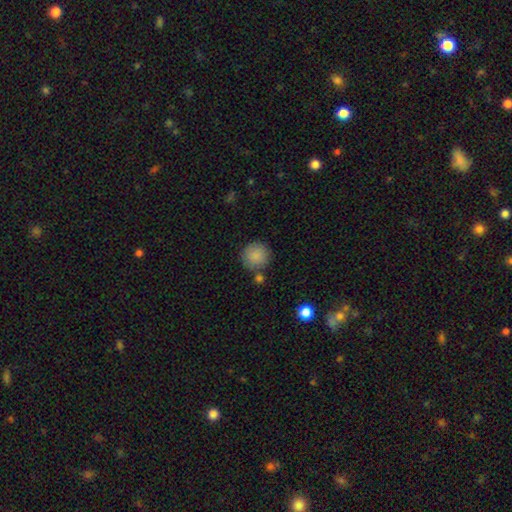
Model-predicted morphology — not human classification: A smooth galaxy with no disk features (88%) that is round (94%).

Vote fractions:
- Smooth or featured? smooth: 88% / star or artifact: 8% / featured or disk: 4%
- How rounded? round: 94% / in between: 5% / cigar-shaped: 1%
- Merging? none: 79% / minor disturbance: 10% / merger: 8% / major disturbance: 3%